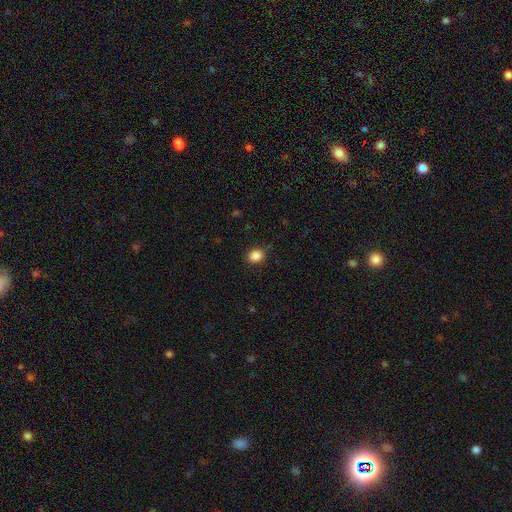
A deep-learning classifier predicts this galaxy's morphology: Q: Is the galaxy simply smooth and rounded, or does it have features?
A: smooth — 87%.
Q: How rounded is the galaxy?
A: in between — 52%.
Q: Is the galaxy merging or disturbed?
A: none — 87%.